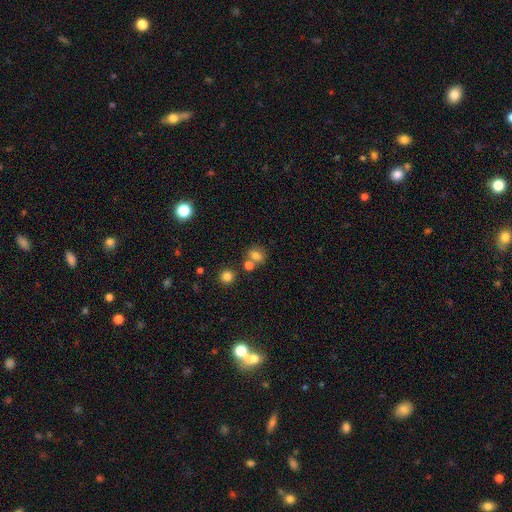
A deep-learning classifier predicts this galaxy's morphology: smooth-or-featured: smooth: 76% | star or artifact: 14% | featured or disk: 10%
  how-rounded: round: 54% | in between: 45% | cigar-shaped: 1%
  merging: none: 57% | merger: 26% | minor disturbance: 12% | major disturbance: 5%